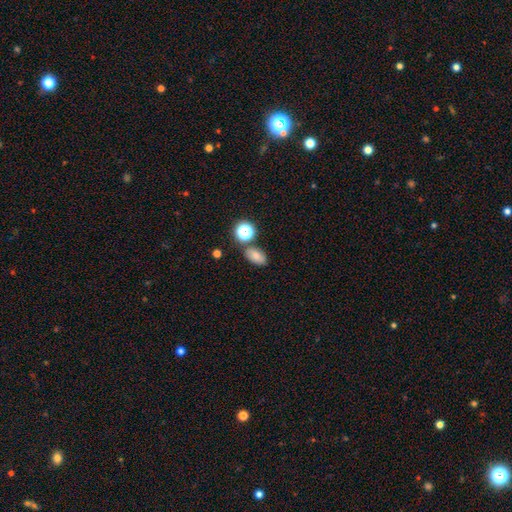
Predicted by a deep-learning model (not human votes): This appears to be a smooth galaxy with no disk features (77%) that is in between round and cigar-shaped (85%). Merging: none (75%).